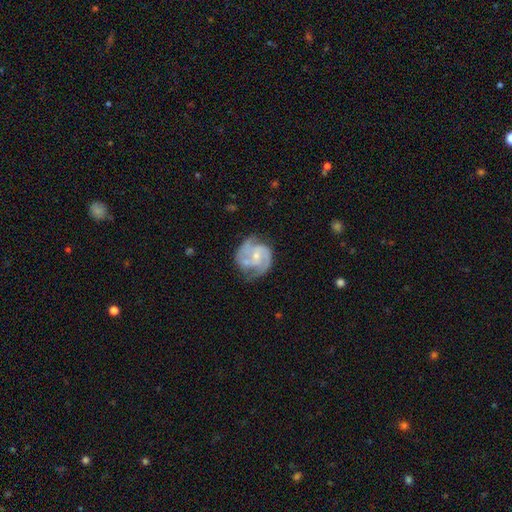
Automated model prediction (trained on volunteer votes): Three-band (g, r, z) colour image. It shows a featured or disk galaxy (86%) with no bar (50%), 2 (67%) medium (51%) spiral arms (96%) and a small central bulge (60%). Merging: none (63%).